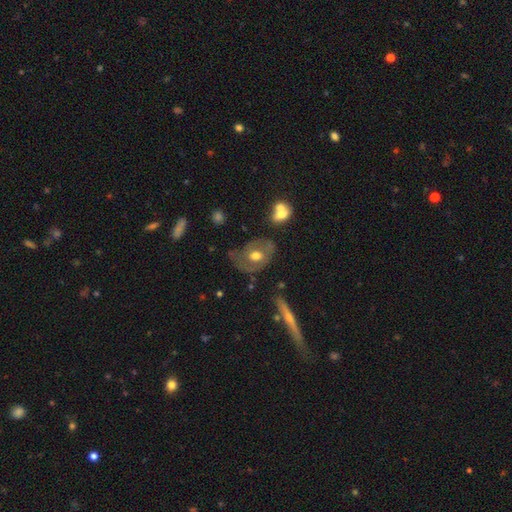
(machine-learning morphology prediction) Smooth or featured? featured or disk (54%)
Edge-on disk? no (91%)
Merging? none (54%)